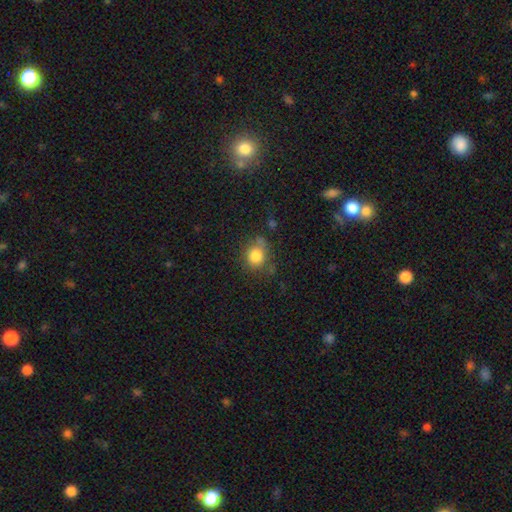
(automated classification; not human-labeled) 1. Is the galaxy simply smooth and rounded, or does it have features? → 81% smooth, 11% star or artifact, 8% featured or disk.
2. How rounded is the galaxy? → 75% round, 24% in between, 1% cigar-shaped.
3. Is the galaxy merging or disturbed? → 63% none, 23% minor disturbance, 8% major disturbance, 7% merger.